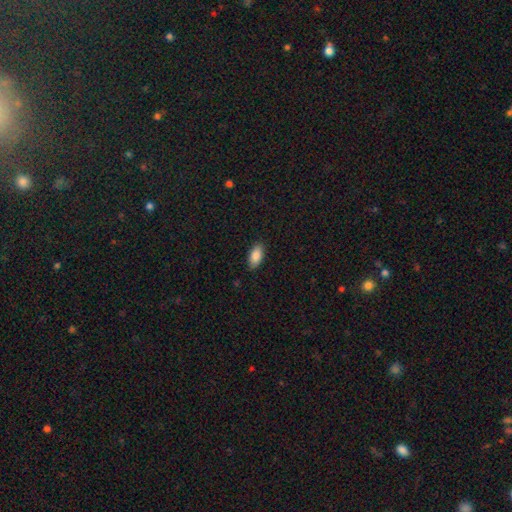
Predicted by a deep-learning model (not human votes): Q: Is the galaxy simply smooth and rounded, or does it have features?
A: smooth — 88%.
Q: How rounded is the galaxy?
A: in between — 92%.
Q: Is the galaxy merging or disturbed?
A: none — 86%.